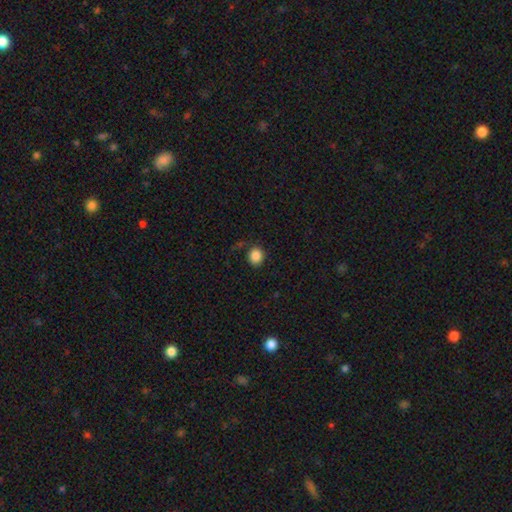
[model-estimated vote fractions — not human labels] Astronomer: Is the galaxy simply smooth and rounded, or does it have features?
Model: smooth — 86%.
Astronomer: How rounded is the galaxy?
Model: round — 78%.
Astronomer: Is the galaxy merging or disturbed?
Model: none — 81%.